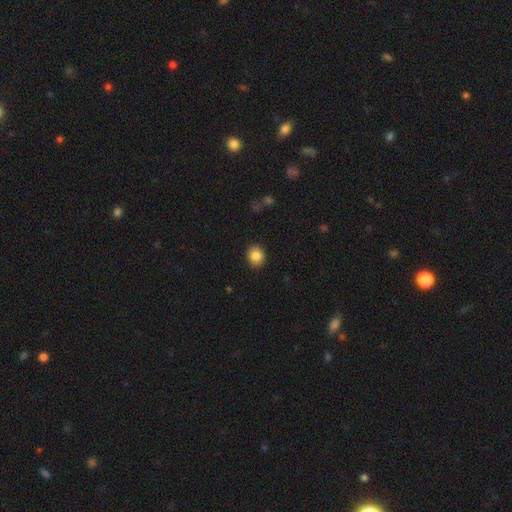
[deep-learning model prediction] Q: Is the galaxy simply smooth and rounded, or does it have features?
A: smooth — 85%.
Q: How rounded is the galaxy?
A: round — 72%.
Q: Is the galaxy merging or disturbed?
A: none — 91%.